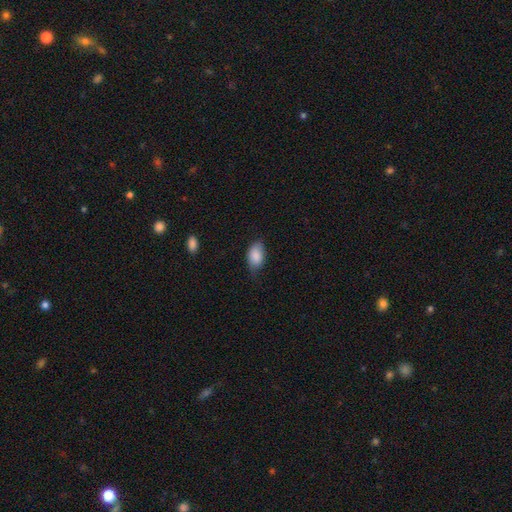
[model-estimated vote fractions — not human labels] Morphology: type=smooth (87%); roundness=in between (92%); merging=none (58%).